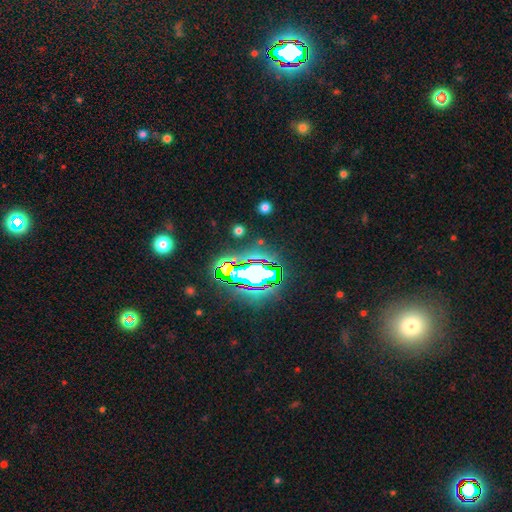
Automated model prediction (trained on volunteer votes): A star or artifact, not a galaxy (78%).

Vote fractions:
- Smooth or featured? star or artifact: 78% / smooth: 12% / featured or disk: 11%